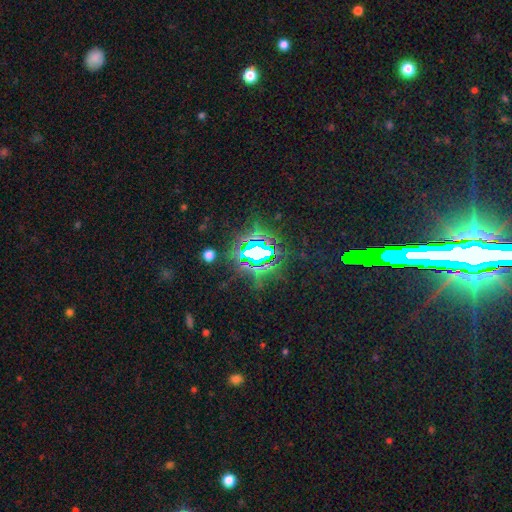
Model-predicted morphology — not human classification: Overall: star or artifact (77%).